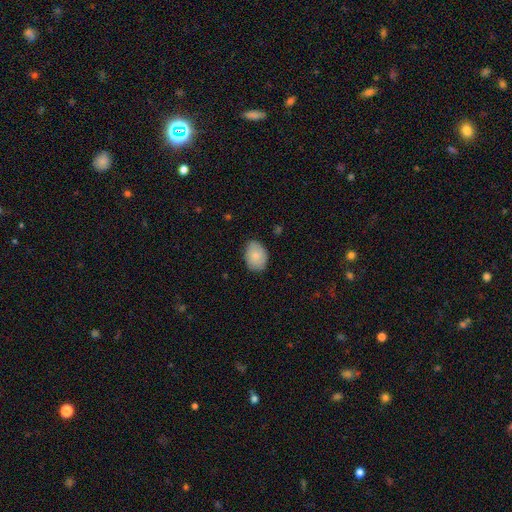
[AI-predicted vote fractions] A smooth galaxy with no disk features (84%) that is in between round and cigar-shaped (77%). Merging: none (79%).